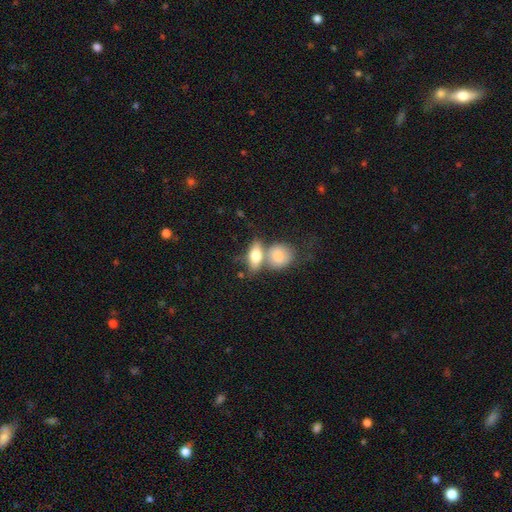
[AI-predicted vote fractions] Overall: smooth (72%). How rounded: in between (75%). Merging: merger (49%; none 37%).